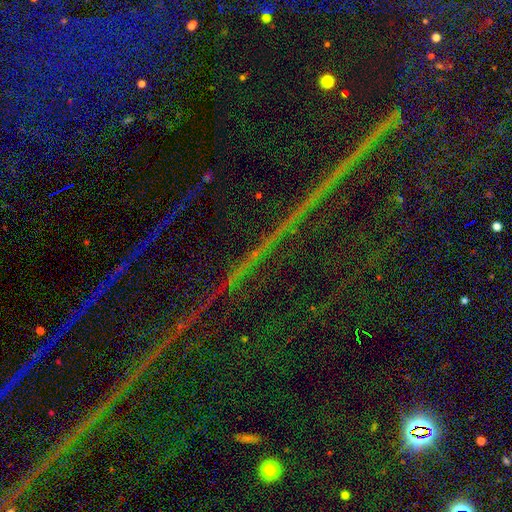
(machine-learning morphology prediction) smooth-or-featured: star or artifact: 86% | featured or disk: 8% | smooth: 6%